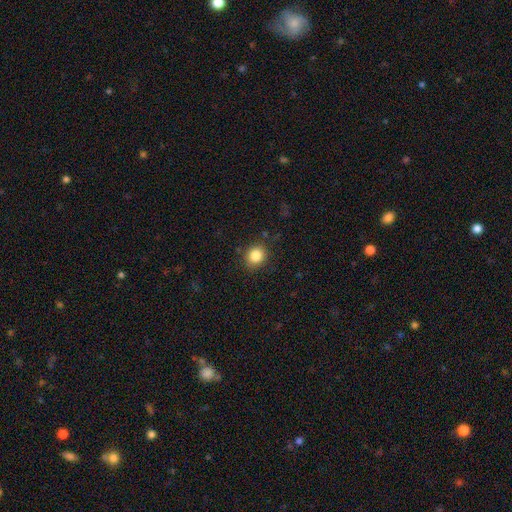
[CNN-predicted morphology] Q: Smooth or featured?
A: smooth (84%); runner-up: star or artifact (11%)
Q: How rounded?
A: round (77%); runner-up: in between (22%)
Q: Merging?
A: none (87%); runner-up: minor disturbance (9%)